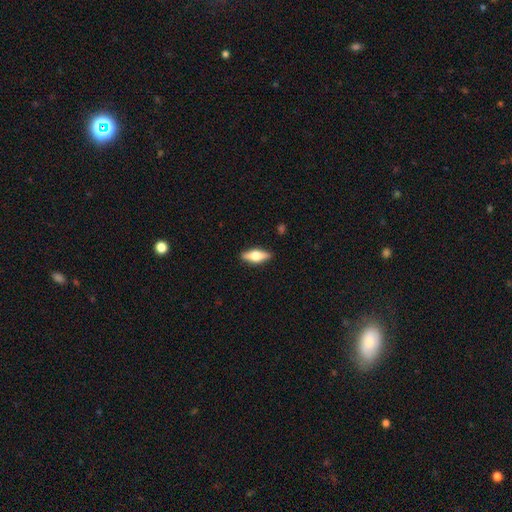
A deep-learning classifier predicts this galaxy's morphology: smooth 52%, featured or disk 41%, star or artifact 6%. Down the decision tree: how rounded — in between (64%); merging — none (89%).